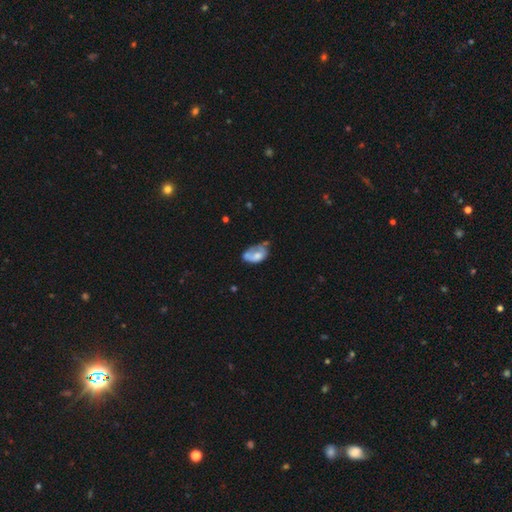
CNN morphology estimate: type=smooth (55%); roundness=in between (88%); merging=minor disturbance (31%).